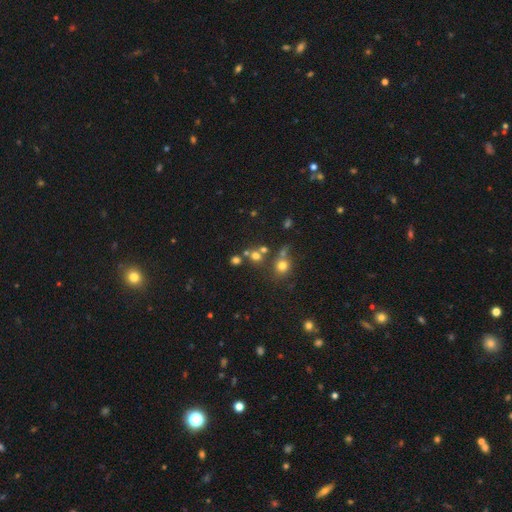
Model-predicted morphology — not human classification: Smooth or featured: smooth — 62% (star or artifact — 25%)
How rounded: round — 83% (in between — 16%)
Merging: none — 59% (merger — 27%)